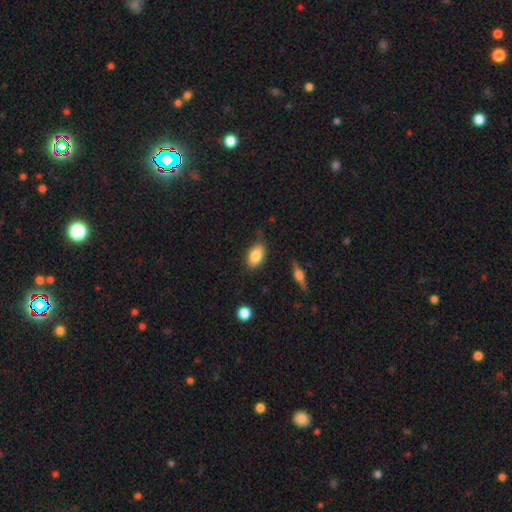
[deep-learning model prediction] This is clearly a smooth galaxy (81%). How rounded: clearly in between (89%). Merging: likely none (75%).